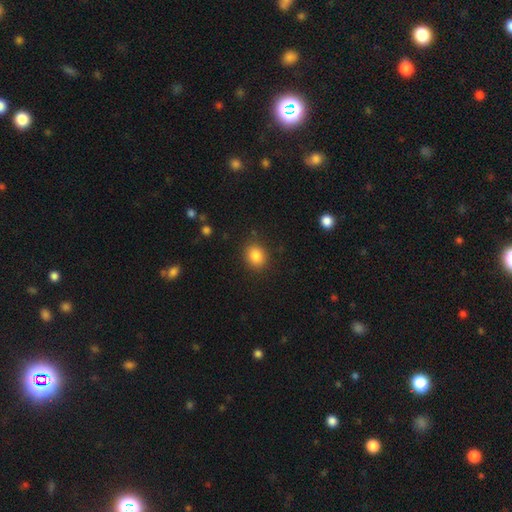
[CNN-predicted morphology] Smooth or featured: smooth — 85% (star or artifact — 10%)
How rounded: round — 65% (in between — 34%)
Merging: none — 87% (minor disturbance — 9%)